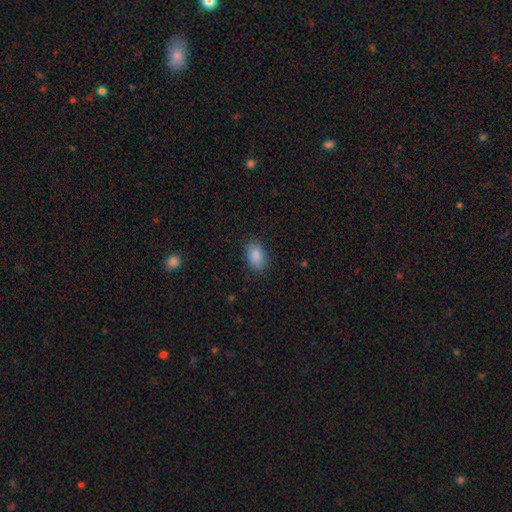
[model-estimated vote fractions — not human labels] This is clearly a smooth galaxy (89%). How rounded: clearly in between (90%). Merging: clearly none (84%).